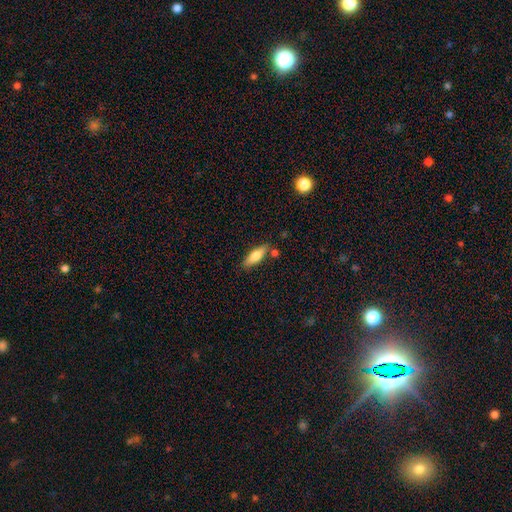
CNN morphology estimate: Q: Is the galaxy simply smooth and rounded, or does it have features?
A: smooth — 68%.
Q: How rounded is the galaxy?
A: cigar-shaped — 49%, tied with in between.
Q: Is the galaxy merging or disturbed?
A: none — 76%.